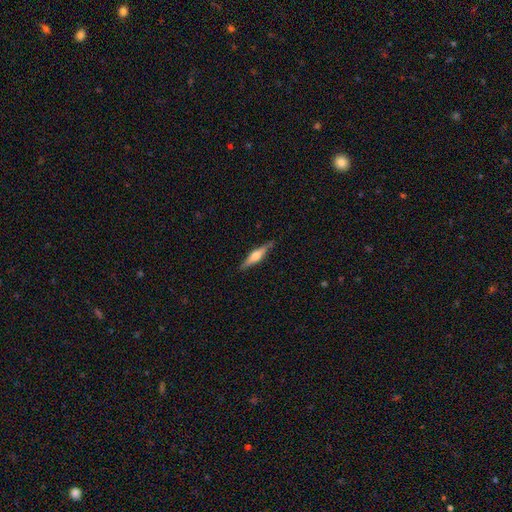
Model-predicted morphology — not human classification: featured or disk 65%, smooth 30%, star or artifact 6%. Down the decision tree: edge-on disk — yes (97%); edge-on bulge — rounded (86%); merging — none (88%).